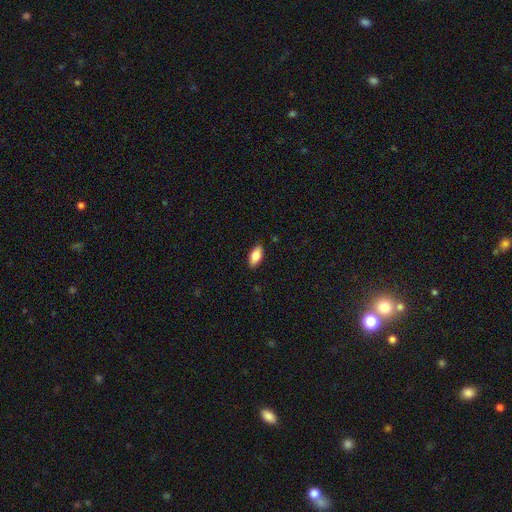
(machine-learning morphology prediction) The model was most divided on "smooth or featured": smooth: 80%, featured or disk: 13%, star or artifact: 6%. More confident: merging — none (88%); how rounded — in between (87%).